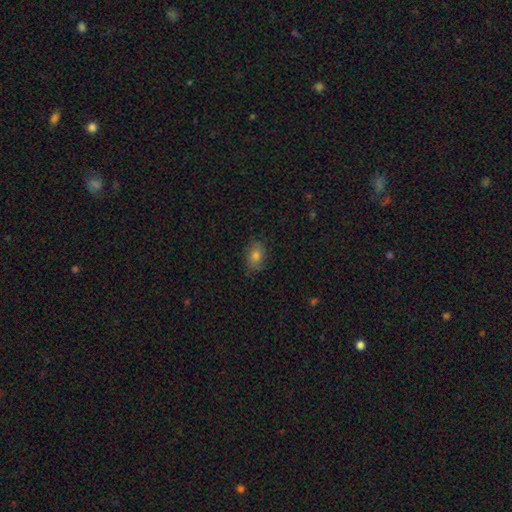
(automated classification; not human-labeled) This appears to be a smooth galaxy with no disk features (73%) that is in between round and cigar-shaped (74%). Merging: none (78%).